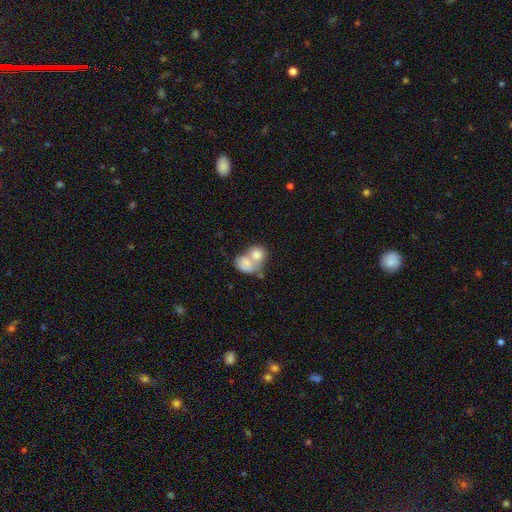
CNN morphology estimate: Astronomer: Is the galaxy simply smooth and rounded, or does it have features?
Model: smooth — 76%.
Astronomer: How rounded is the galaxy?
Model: round — 50% (runner-up: in between, 48%).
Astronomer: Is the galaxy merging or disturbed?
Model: merger — 69%.